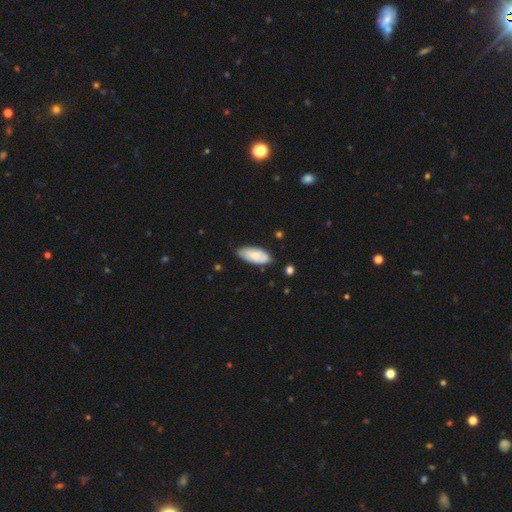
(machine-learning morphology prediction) smooth-or-featured: smooth: 68% | featured or disk: 27% | star or artifact: 6%
  how-rounded: in between: 88% | cigar-shaped: 10% | round: 2%
  merging: none: 77% | minor disturbance: 19% | major disturbance: 3% | merger: 2%